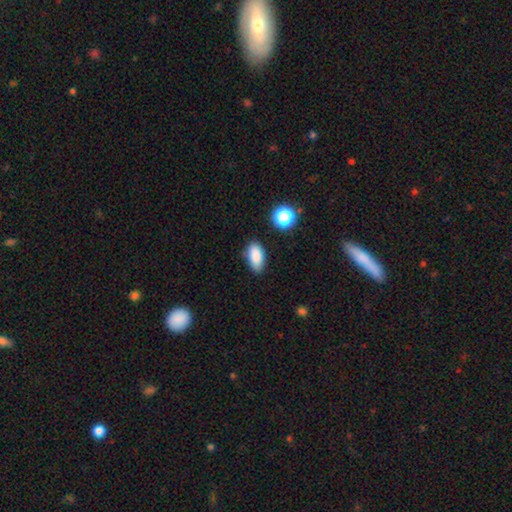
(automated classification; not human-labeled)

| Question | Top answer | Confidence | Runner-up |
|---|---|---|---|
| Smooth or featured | smooth | 86% | star or artifact (9%) |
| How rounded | in between | 91% | round (5%) |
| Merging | none | 79% | minor disturbance (16%) |